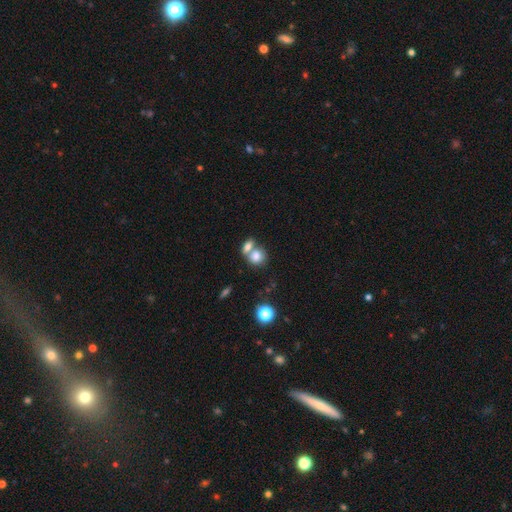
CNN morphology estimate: type=smooth (78%); roundness=round (59%); merging=merger (57%).